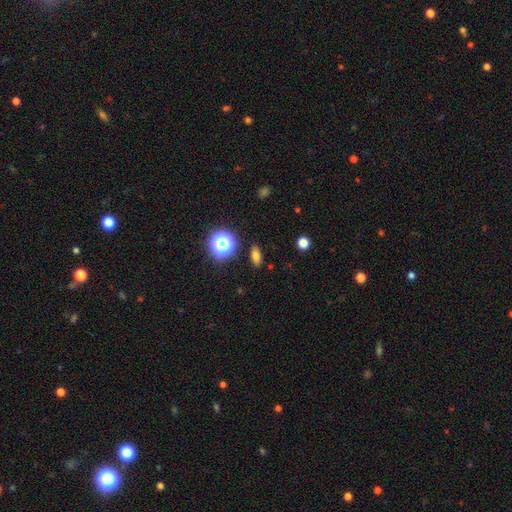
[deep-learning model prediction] This appears to be a smooth galaxy with no disk features (73%) that is in between round and cigar-shaped (72%). Merging: none (88%).